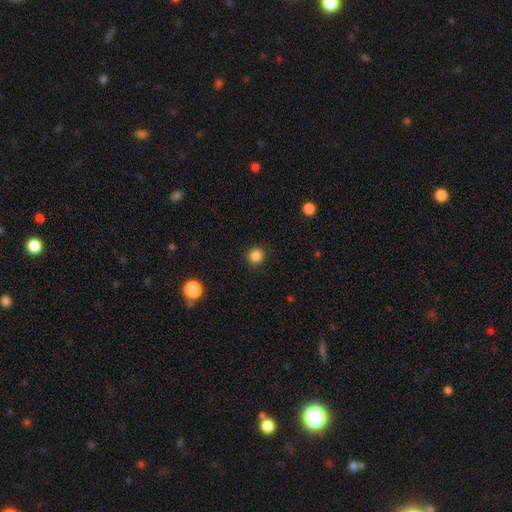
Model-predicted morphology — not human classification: Smooth or featured?
  - smooth: 86% *
  - star or artifact: 11%
  - featured or disk: 3%
How rounded?
  - round: 92% *
  - in between: 7%
  - cigar-shaped: 1%
Merging?
  - none: 90% *
  - minor disturbance: 7%
  - major disturbance: 2%
  - merger: 1%